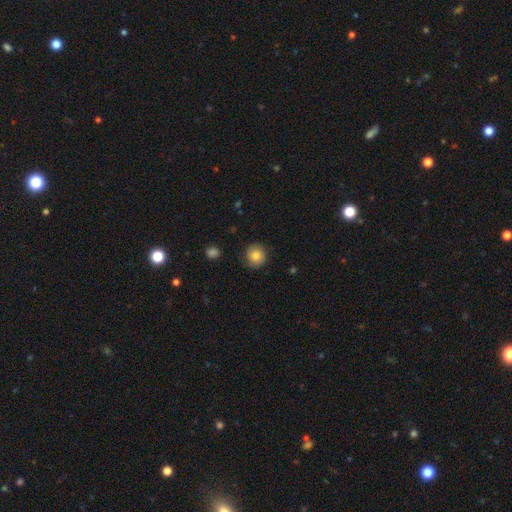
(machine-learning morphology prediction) Smooth or featured: smooth — 75% (featured or disk — 16%)
How rounded: round — 91% (in between — 8%)
Merging: none — 82% (minor disturbance — 13%)